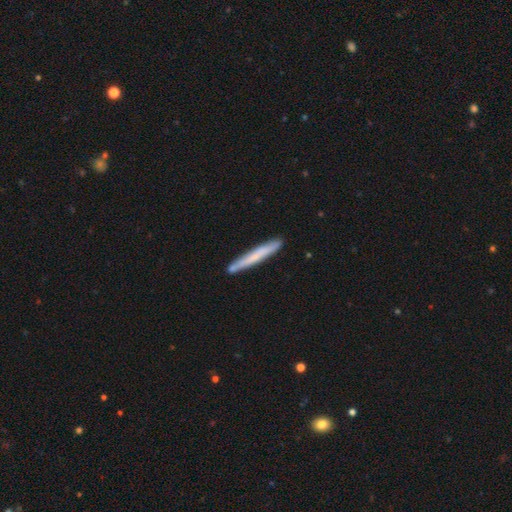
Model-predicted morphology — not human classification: smooth-or-featured: smooth: 62% | featured or disk: 32% | star or artifact: 6%
  how-rounded: cigar-shaped: 97% | in between: 2% | round: 1%
  merging: none: 85% | minor disturbance: 10% | merger: 3% | major disturbance: 2%